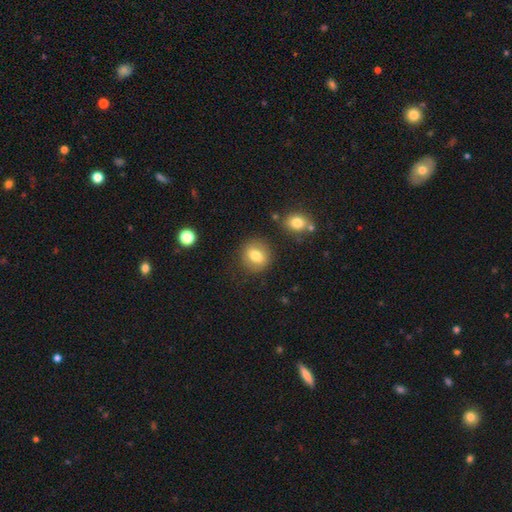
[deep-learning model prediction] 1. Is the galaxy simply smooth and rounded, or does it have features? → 74% smooth, 16% featured or disk, 9% star or artifact.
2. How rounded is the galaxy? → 74% round, 25% in between, 1% cigar-shaped.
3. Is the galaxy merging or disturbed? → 84% none, 10% minor disturbance, 3% major disturbance, 3% merger.